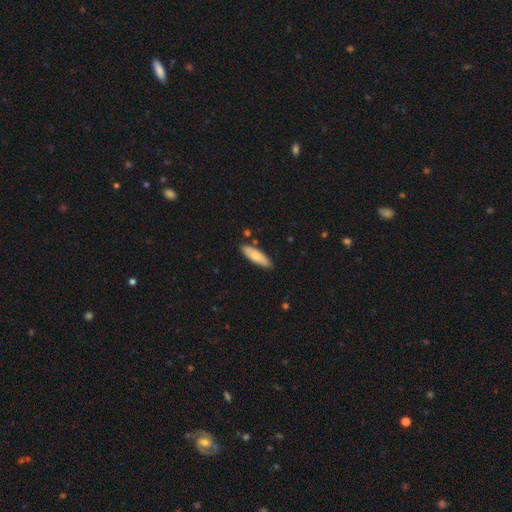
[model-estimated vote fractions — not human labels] Q: Smooth or featured?
A: smooth (80%); runner-up: featured or disk (15%)
Q: How rounded?
A: cigar-shaped (53%); runner-up: in between (45%)
Q: Merging?
A: none (84%); runner-up: minor disturbance (11%)